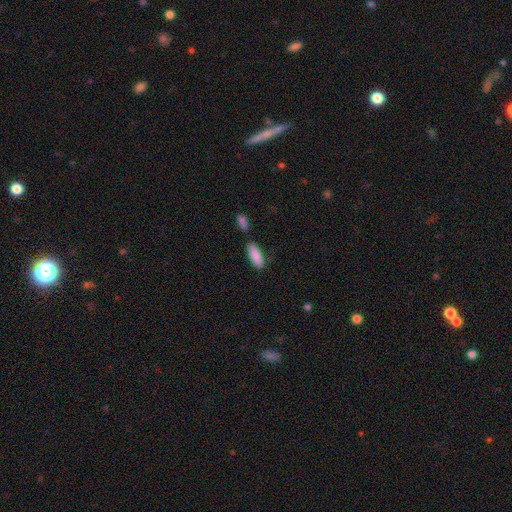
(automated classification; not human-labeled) A smooth galaxy with no disk features (89%) that is in between round and cigar-shaped (66%).

Vote fractions:
- Smooth or featured? smooth: 89% / star or artifact: 6% / featured or disk: 5%
- How rounded? in between: 66% / cigar-shaped: 32% / round: 2%
- Merging? none: 73% / minor disturbance: 13% / merger: 11% / major disturbance: 3%